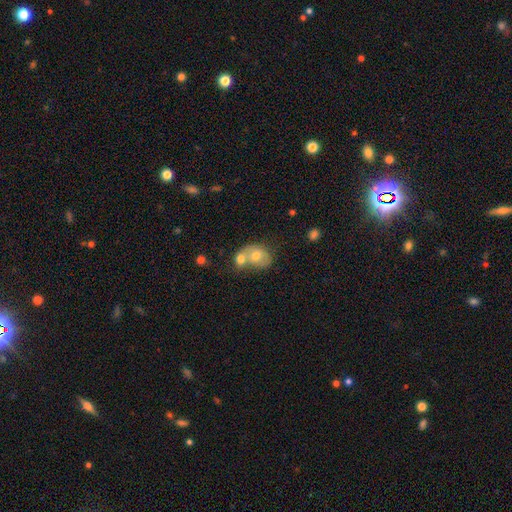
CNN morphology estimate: smooth_or_featured: smooth (p=0.68) [alt: featured or disk p=0.24]
how_rounded: in between (p=0.51) [alt: round p=0.48]
merging: merger (p=0.68) [alt: none p=0.20]